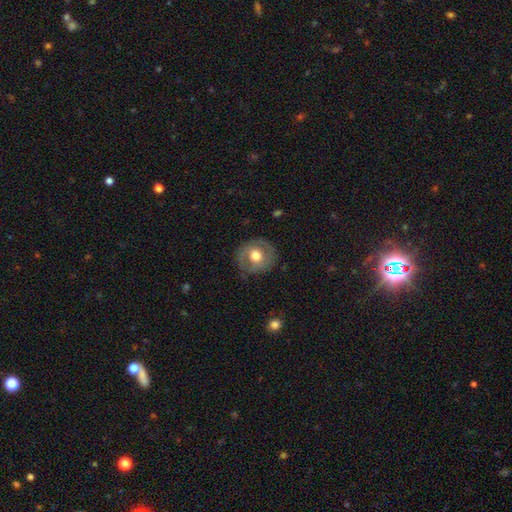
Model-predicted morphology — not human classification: type=smooth (48%); merging=none (80%).